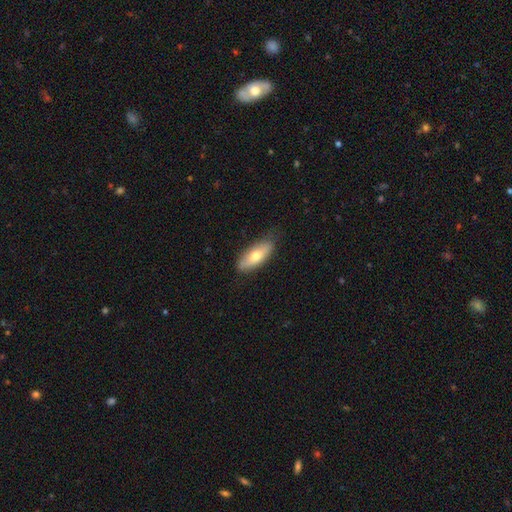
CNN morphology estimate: A smooth galaxy with no disk features (64%) that is in between round and cigar-shaped (72%). Merging: none (80%).